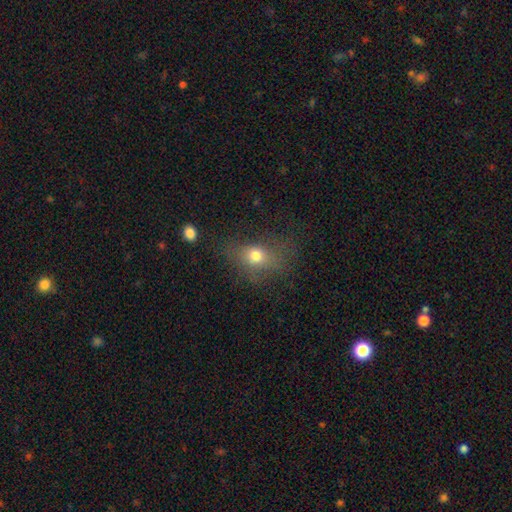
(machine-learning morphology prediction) This is likely a smooth galaxy (72%). How rounded: possibly in between (59%). Merging: possibly none (57%).